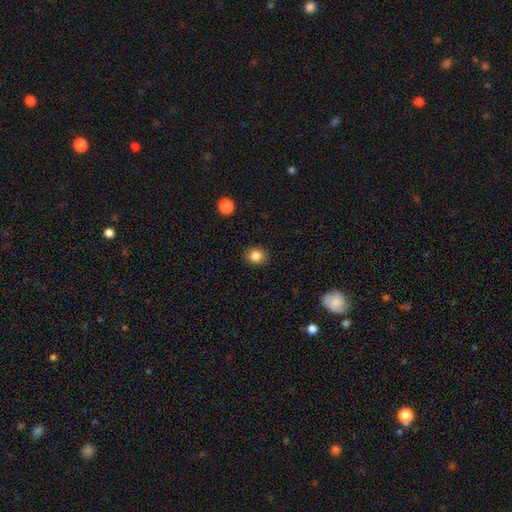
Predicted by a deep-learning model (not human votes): smooth-or-featured: smooth: 84% | star or artifact: 11% | featured or disk: 6%
  how-rounded: round: 67% | in between: 32% | cigar-shaped: 1%
  merging: none: 88% | minor disturbance: 9% | major disturbance: 2% | merger: 1%